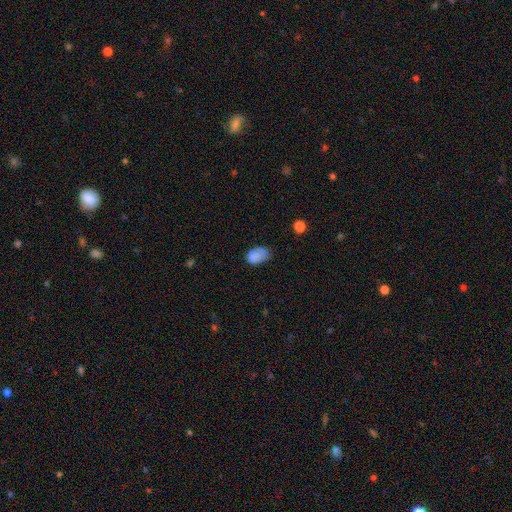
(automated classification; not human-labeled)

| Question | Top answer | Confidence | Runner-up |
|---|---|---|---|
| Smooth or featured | smooth | 81% | star or artifact (10%) |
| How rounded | in between | 84% | round (15%) |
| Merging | none | 49% | minor disturbance (36%) |